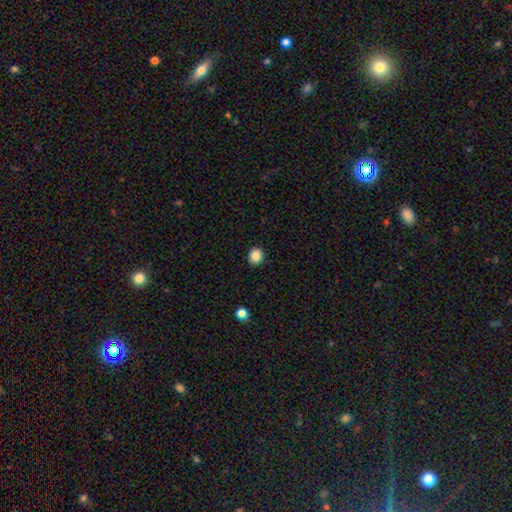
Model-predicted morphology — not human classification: This is clearly a smooth galaxy (87%). How rounded: likely round (72%). Merging: clearly none (90%).